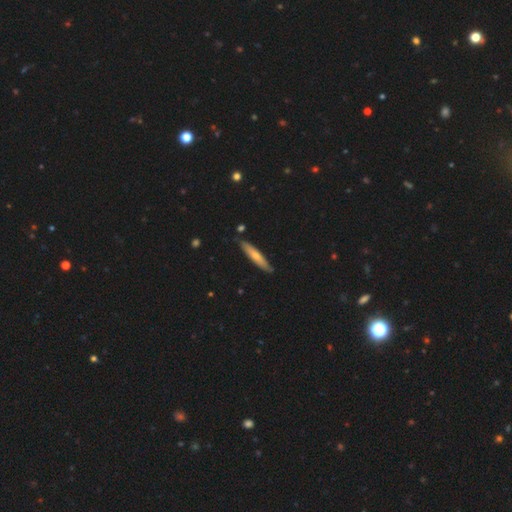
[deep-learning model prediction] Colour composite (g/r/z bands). It shows a smooth galaxy with no disk features (56%) that is cigar-shaped (89%). Merging: none (85%).